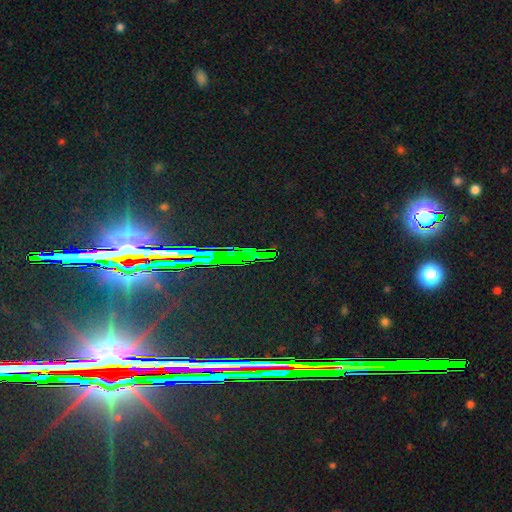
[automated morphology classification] This appears to be a star or artifact, not a galaxy (80%).